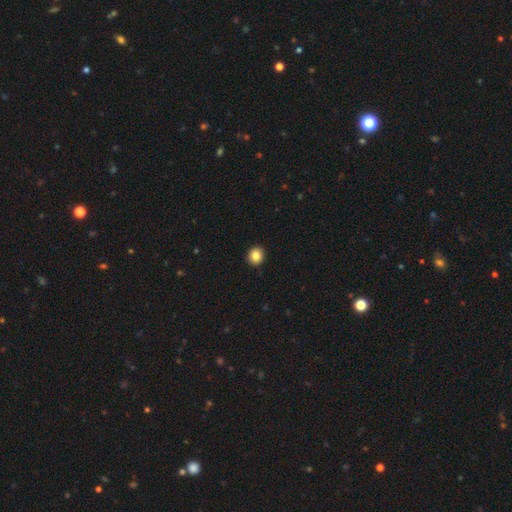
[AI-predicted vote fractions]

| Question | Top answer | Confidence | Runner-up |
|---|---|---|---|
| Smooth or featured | smooth | 85% | star or artifact (10%) |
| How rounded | round | 86% | in between (13%) |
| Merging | none | 93% | minor disturbance (5%) |